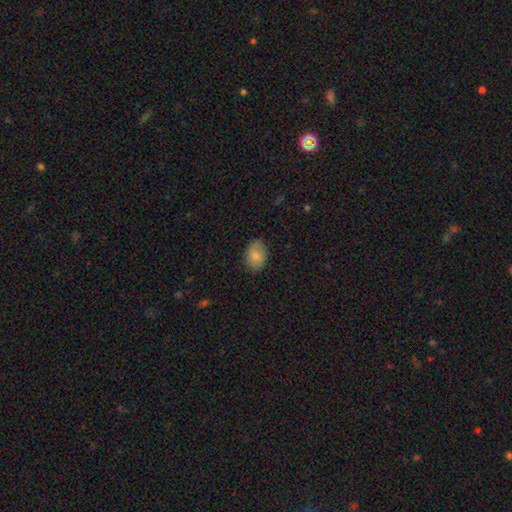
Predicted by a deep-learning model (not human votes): The model was most divided on "how rounded": in between: 78%, round: 21%, cigar-shaped: 1%. More confident: merging — none (83%); smooth or featured — smooth (82%).